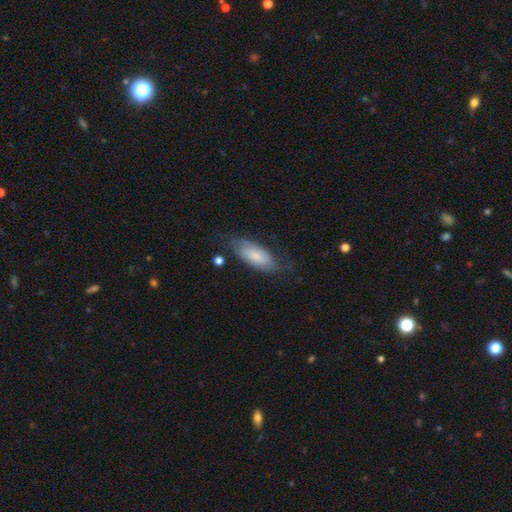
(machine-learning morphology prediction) Smooth or featured? Predicted: smooth (p=0.60). How rounded? Predicted: in between (p=0.85). Merging? Predicted: none (p=0.56).